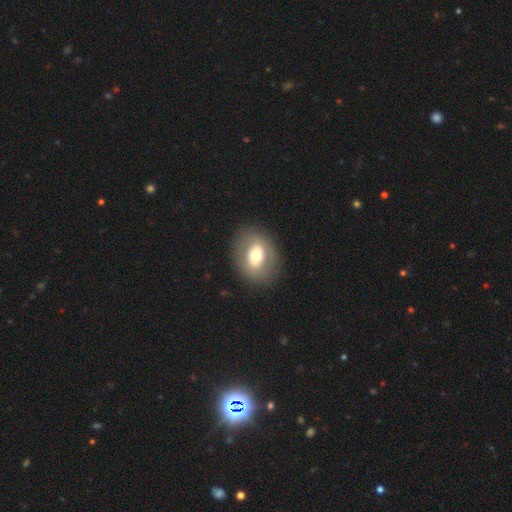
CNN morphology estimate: Smooth or featured? smooth (57%)
How rounded? in between (60%)
Merging? none (84%)